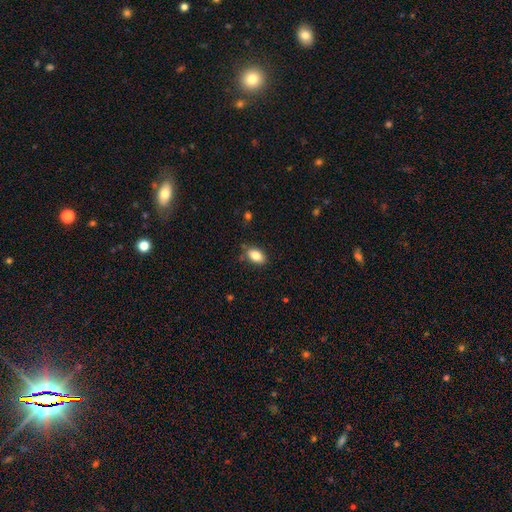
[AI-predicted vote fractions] Smooth or featured: smooth — 83% (featured or disk — 9%)
How rounded: in between — 89% (round — 9%)
Merging: none — 79% (minor disturbance — 16%)